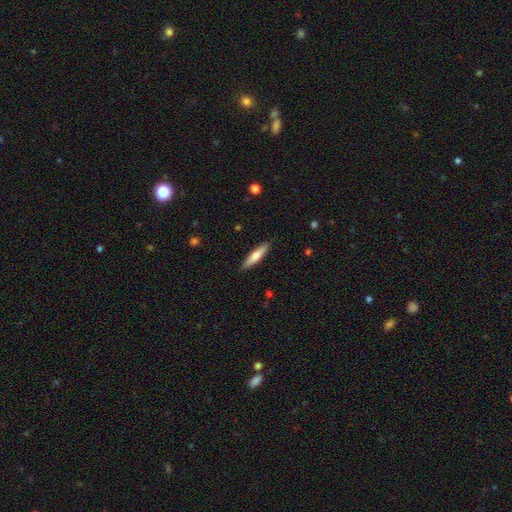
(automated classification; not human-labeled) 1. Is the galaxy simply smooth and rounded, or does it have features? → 70% smooth, 25% featured or disk, 5% star or artifact.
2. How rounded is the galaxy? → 80% cigar-shaped, 18% in between, 1% round.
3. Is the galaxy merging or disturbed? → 88% none, 9% minor disturbance, 2% major disturbance, 1% merger.